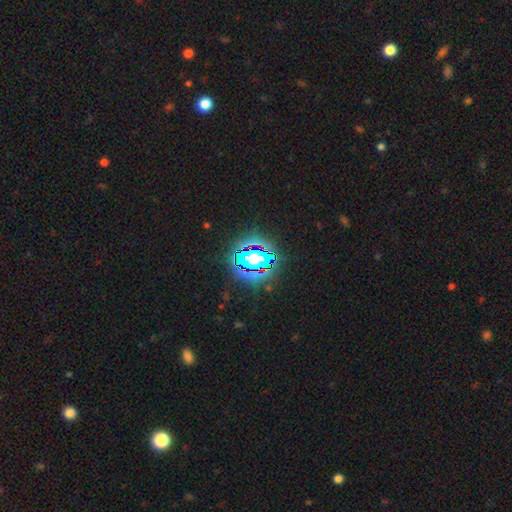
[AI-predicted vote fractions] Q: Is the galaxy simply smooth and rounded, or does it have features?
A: star or artifact — 66%.